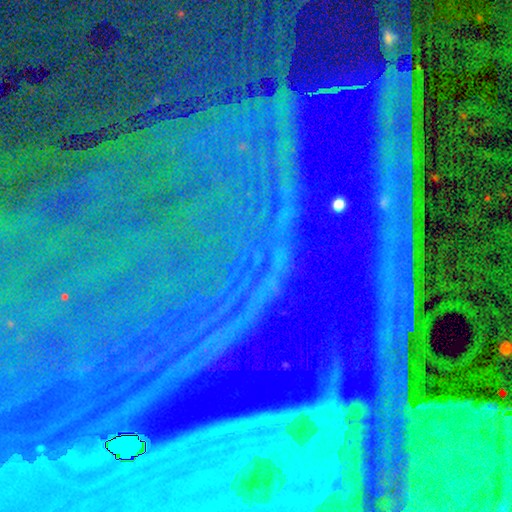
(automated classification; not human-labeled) A star or artifact, not a galaxy (88%).